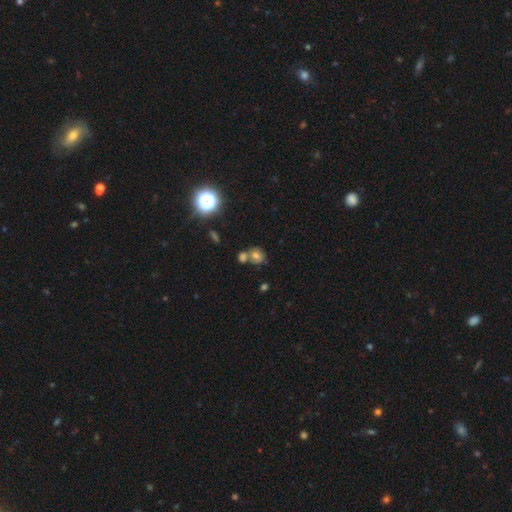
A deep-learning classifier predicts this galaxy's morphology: The model was most divided on "merging": none: 46%, merger: 39%, minor disturbance: 11%, major disturbance: 4%. More confident: how rounded — round (67%); smooth or featured — smooth (64%).